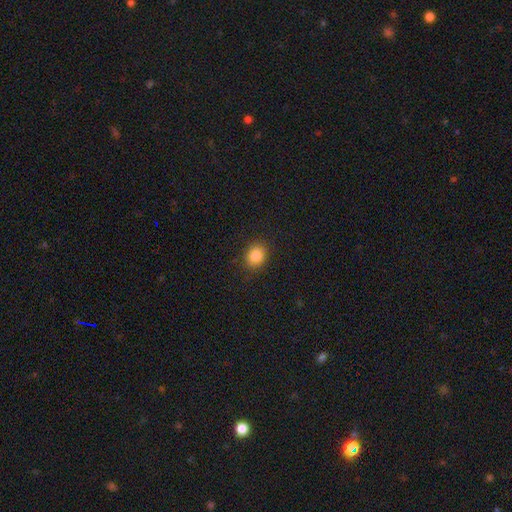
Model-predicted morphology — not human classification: type=smooth (85%); roundness=round (65%); merging=none (88%).